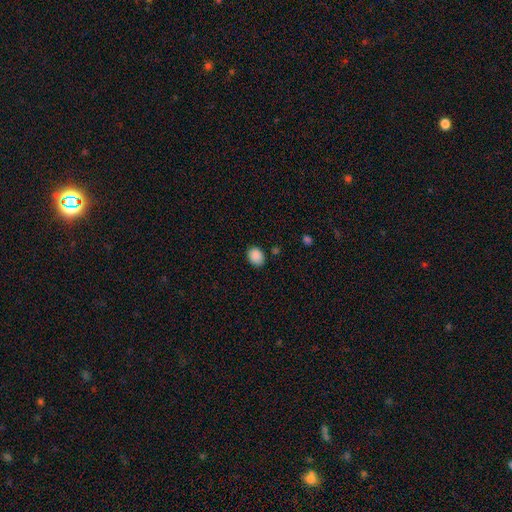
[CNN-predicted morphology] A smooth galaxy with no disk features (88%) that is in between round and cigar-shaped (58%). Merging: none (82%).